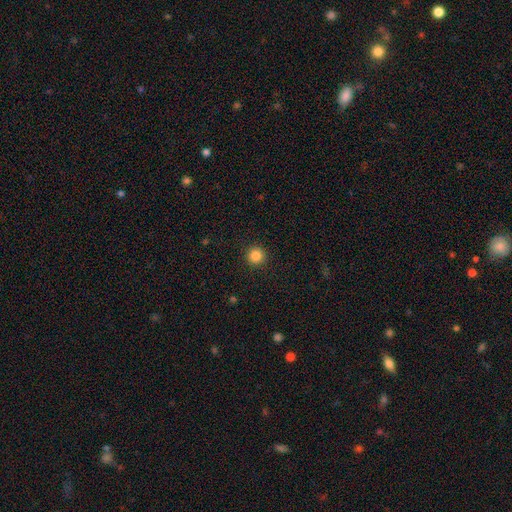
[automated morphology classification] Smooth or featured? smooth (85%)
How rounded? round (96%)
Merging? none (93%)